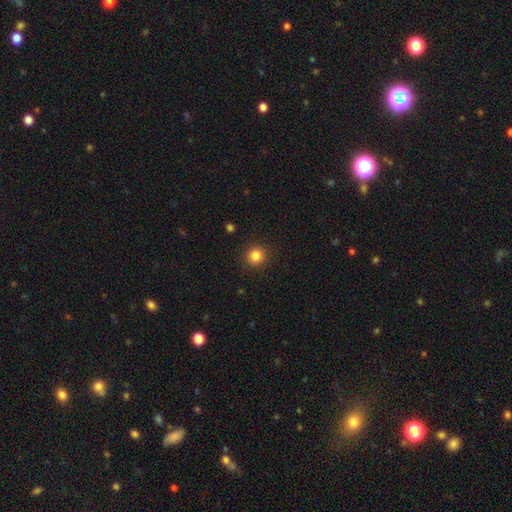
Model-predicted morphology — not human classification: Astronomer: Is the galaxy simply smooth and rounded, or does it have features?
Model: smooth — 84%.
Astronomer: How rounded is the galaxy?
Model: round — 93%.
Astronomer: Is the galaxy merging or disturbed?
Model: none — 91%.